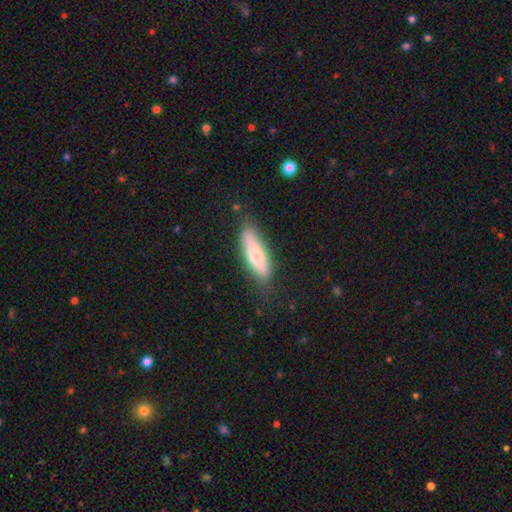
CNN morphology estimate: Overall: smooth (69%). How rounded: cigar-shaped (54%; in between 44%). Merging: none (72%).